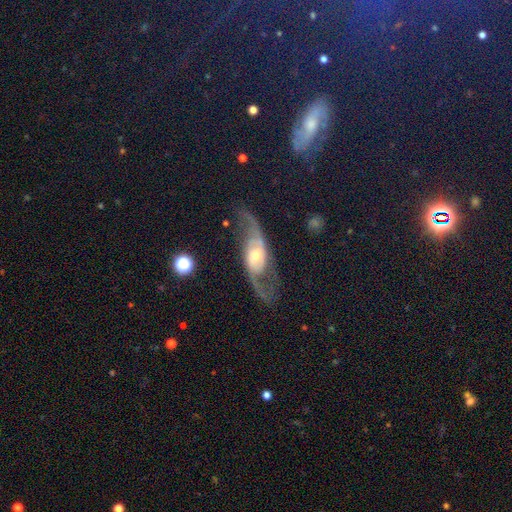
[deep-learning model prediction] This is clearly a featured or disk galaxy (86%). It is clearly not viewed edge-on (91%). Bar: possibly no (55%). Spiral arm pattern: clearly yes (94%). Spiral arm count: clearly 2 (92%). Spiral winding: possibly loose (59%). Central bulge: possibly moderate (54%). Merging: likely none (67%).